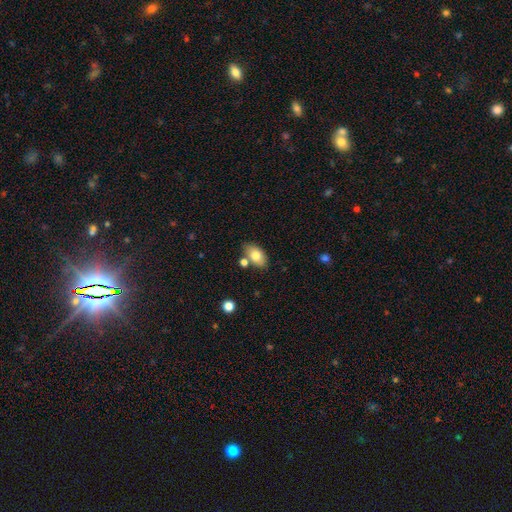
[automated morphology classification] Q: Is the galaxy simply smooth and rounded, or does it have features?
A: smooth — 79%.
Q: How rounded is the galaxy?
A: in between — 90%.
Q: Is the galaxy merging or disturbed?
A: none — 72%.